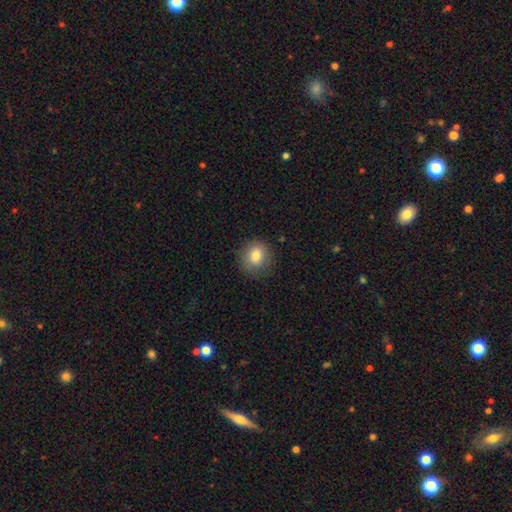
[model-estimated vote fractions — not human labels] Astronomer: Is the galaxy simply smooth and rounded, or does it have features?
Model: smooth — 80%.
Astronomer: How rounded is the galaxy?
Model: round — 84%.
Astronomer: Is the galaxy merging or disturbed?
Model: none — 84%.